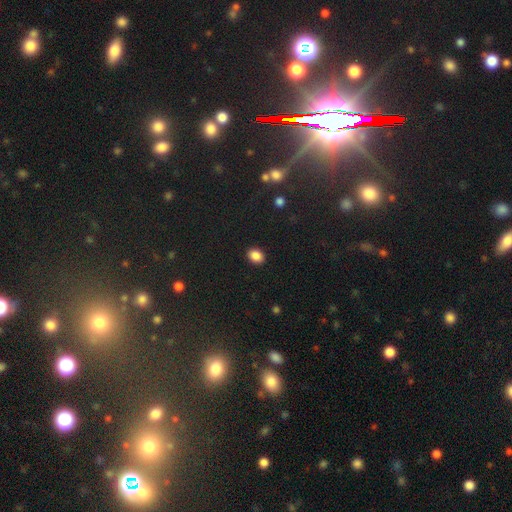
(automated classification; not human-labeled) Smooth or featured? Predicted: smooth (p=0.87). How rounded? Predicted: in between (p=0.64). Merging? Predicted: none (p=0.90).